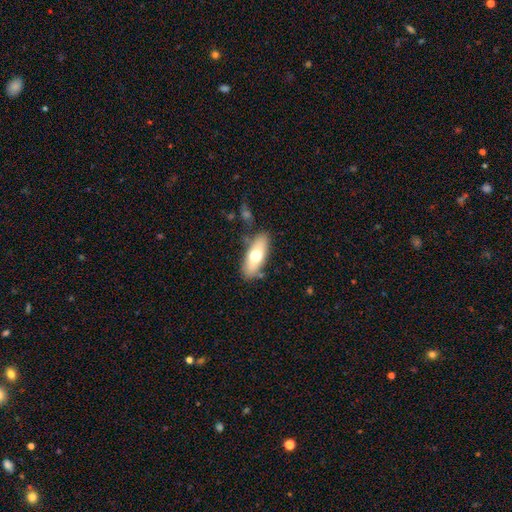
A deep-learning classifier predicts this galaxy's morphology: smooth_or_featured: smooth (p=0.64) [alt: featured or disk p=0.30]
how_rounded: in between (p=0.73) [alt: cigar-shaped p=0.24]
merging: none (p=0.80) [alt: minor disturbance p=0.13]